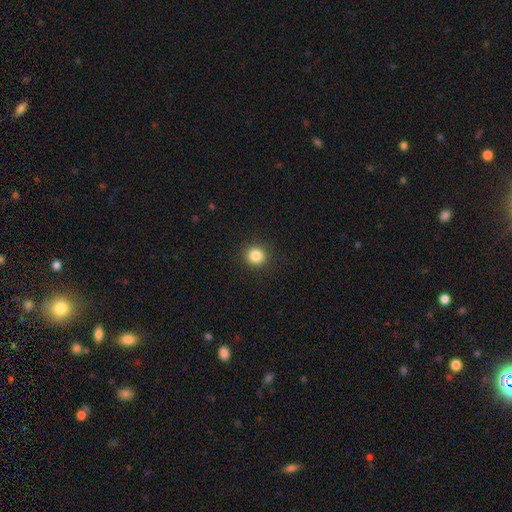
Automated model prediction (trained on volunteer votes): A smooth galaxy with no disk features (85%) that is round (92%). Merging: none (92%).